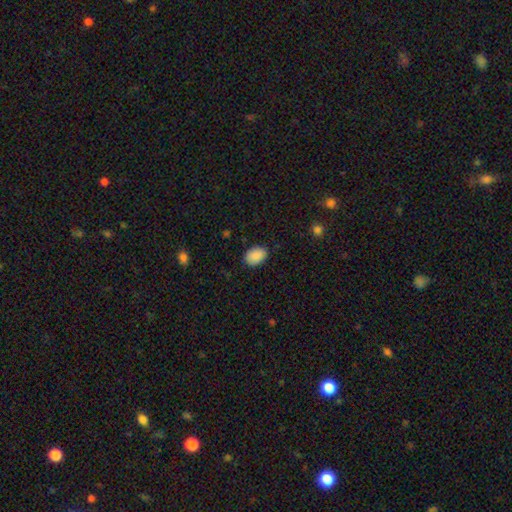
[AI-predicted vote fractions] This is clearly a smooth galaxy (90%). How rounded: likely in between (77%). Merging: clearly none (86%).